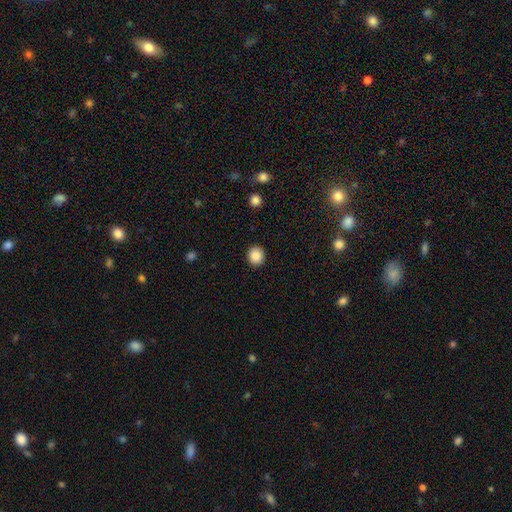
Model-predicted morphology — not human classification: smooth_or_featured: smooth (p=0.86) [alt: star or artifact p=0.09]
how_rounded: round (p=0.85) [alt: in between p=0.14]
merging: none (p=0.92) [alt: minor disturbance p=0.05]